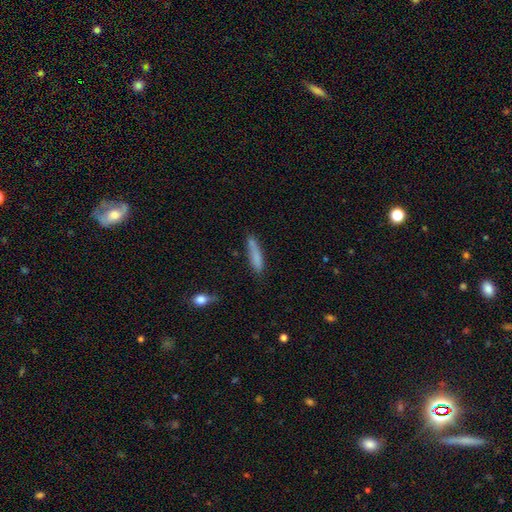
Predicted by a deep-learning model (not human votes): Smooth or featured?
  - smooth: 78% *
  - featured or disk: 14%
  - star or artifact: 8%
How rounded?
  - cigar-shaped: 82% *
  - in between: 16%
  - round: 2%
Merging?
  - none: 67% *
  - minor disturbance: 22%
  - merger: 6%
  - major disturbance: 5%